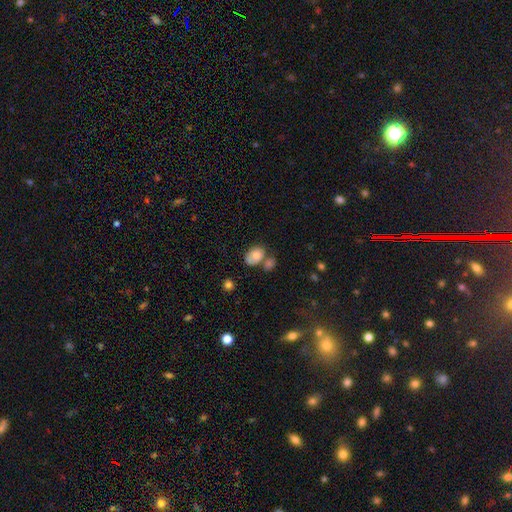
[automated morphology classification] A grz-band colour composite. It shows a smooth galaxy with no disk features (77%) that is in between round and cigar-shaped (78%). Merging: none (44%).